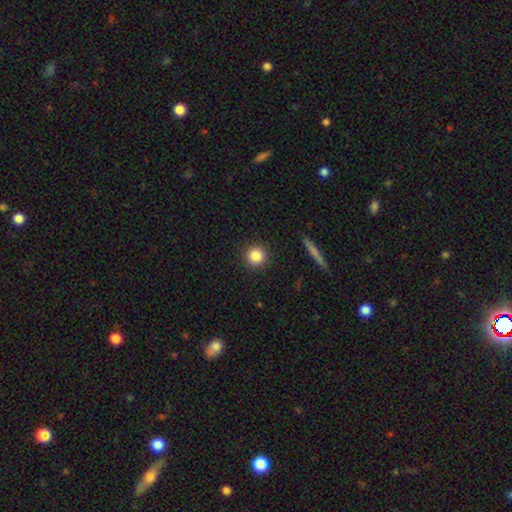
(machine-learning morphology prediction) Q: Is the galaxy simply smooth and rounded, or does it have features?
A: smooth — 85%.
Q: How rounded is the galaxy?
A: round — 95%.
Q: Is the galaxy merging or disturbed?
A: none — 92%.